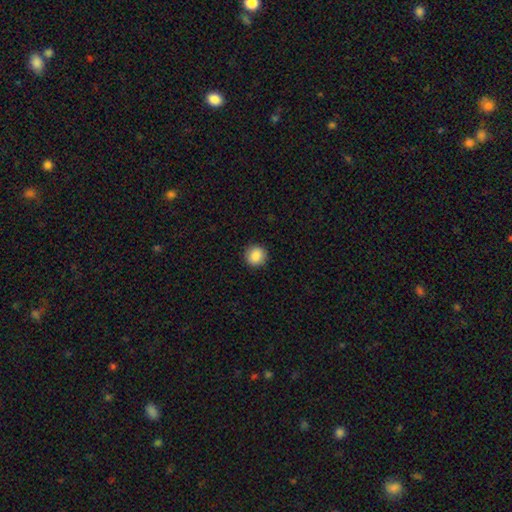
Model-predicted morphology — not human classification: This is clearly a smooth galaxy (87%). How rounded: clearly round (93%). Merging: clearly none (92%).